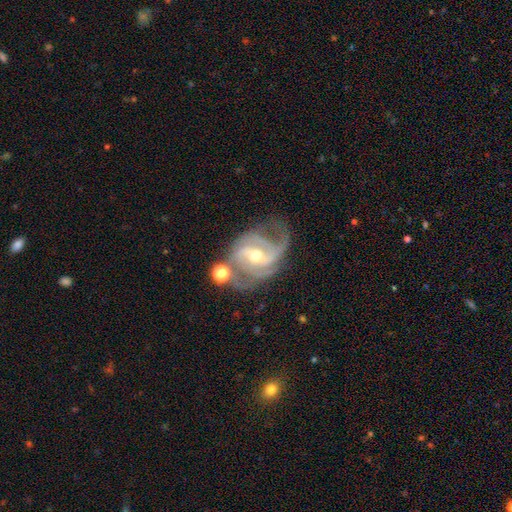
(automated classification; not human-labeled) Q: Smooth or featured?
A: featured or disk (89%); runner-up: star or artifact (6%)
Q: Edge-on disk?
A: no (97%); runner-up: yes (3%)
Q: Bar?
A: weak (46%); runner-up: strong (32%)
Q: Spiral arms?
A: yes (97%); runner-up: no (3%)
Q: Spiral winding?
A: medium (51%); runner-up: tight (30%)
Q: Spiral arm count?
A: 3 (39%); runner-up: 2 (34%)
Q: Bulge size?
A: moderate (57%); runner-up: small (39%)
Q: Merging?
A: none (51%); runner-up: minor disturbance (20%)